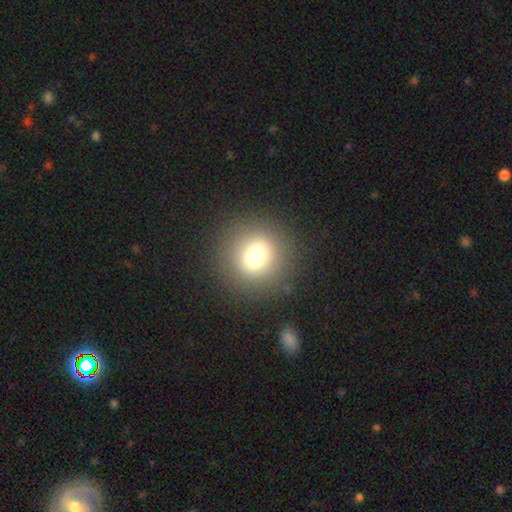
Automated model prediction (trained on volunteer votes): Smooth or featured: smooth — 71% (star or artifact — 16%)
How rounded: round — 89% (in between — 10%)
Merging: none — 88% (minor disturbance — 7%)